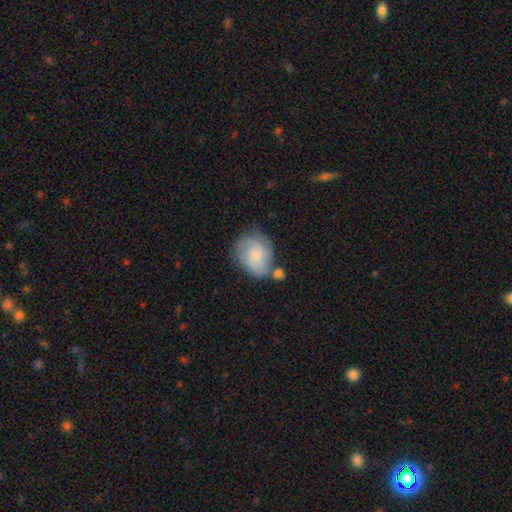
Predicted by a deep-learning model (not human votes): smooth 57%, featured or disk 36%, star or artifact 7%. Down the decision tree: how rounded — round (53%); merging — none (51%).